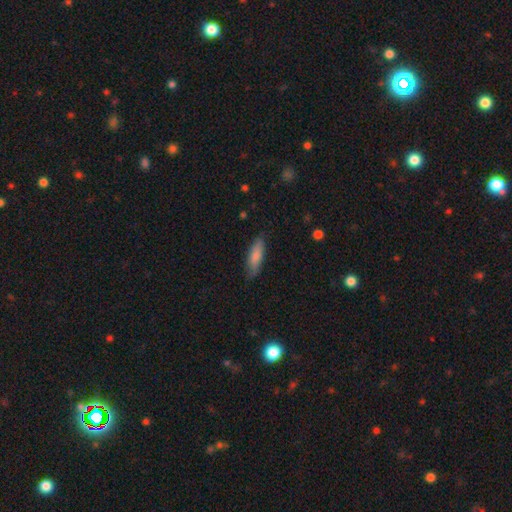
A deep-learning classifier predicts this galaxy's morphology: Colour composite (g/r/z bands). It shows a smooth galaxy with no disk features (80%) that is cigar-shaped (50%). Merging: none (75%).